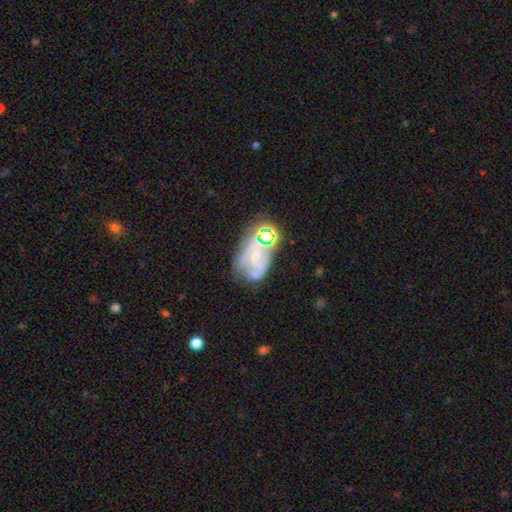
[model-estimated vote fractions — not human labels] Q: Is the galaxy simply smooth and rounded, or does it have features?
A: featured or disk — 64%.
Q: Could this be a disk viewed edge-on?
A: no — 97%.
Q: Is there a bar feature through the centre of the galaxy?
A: no — 62%.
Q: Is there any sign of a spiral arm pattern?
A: yes — 74%.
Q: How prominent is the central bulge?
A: small — 66%.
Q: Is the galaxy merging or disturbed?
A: none — 44%.